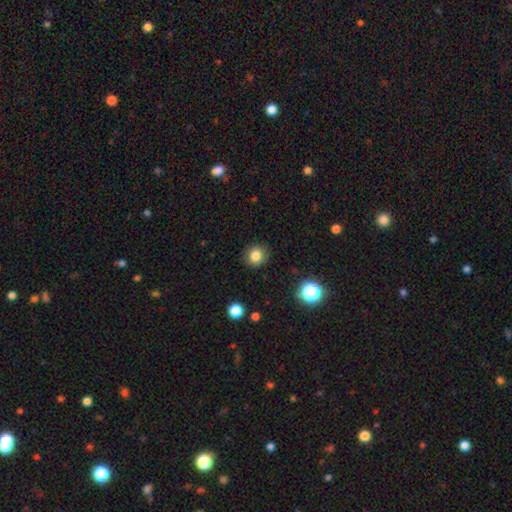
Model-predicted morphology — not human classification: A smooth galaxy with no disk features (82%) that is round (81%). Merging: none (88%).